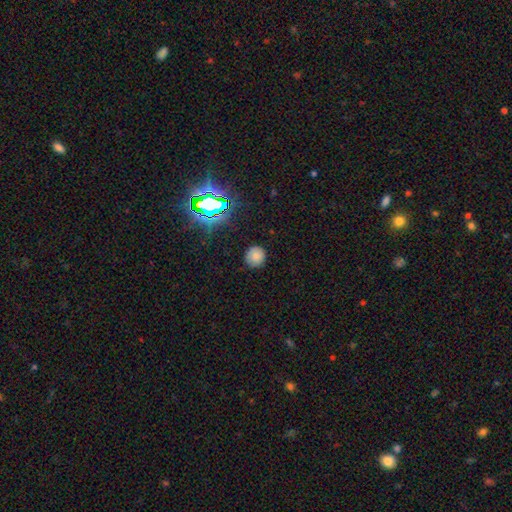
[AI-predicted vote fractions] Smooth or featured? Predicted: smooth (p=0.76). How rounded? Predicted: round (p=0.92). Merging? Predicted: none (p=0.87).